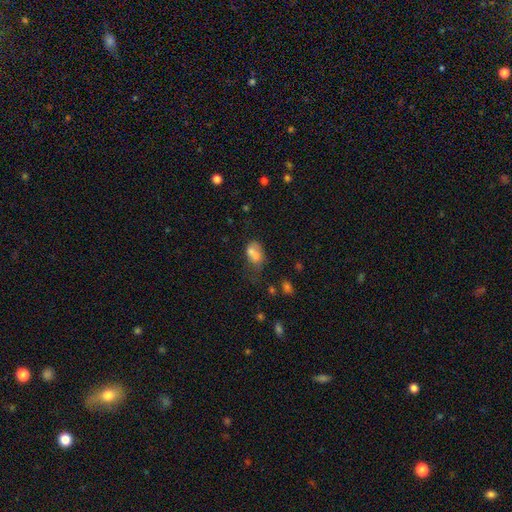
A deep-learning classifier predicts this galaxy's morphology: Overall: smooth (67%). How rounded: in between (73%). Merging: merger (53%; none 22%).